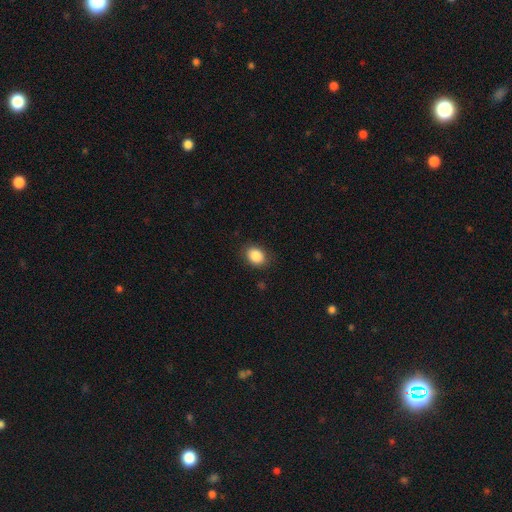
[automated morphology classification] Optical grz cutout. It shows a smooth galaxy with no disk features (87%) that is in between round and cigar-shaped (63%). Merging: none (86%).